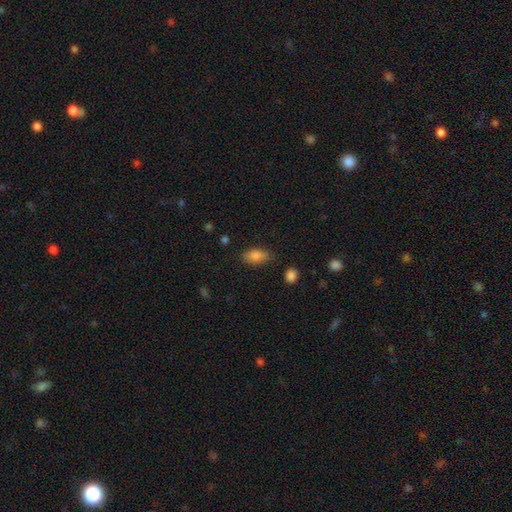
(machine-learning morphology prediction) Smooth or featured?
  - smooth: 84% *
  - star or artifact: 8%
  - featured or disk: 8%
How rounded?
  - in between: 90% *
  - cigar-shaped: 6%
  - round: 4%
Merging?
  - none: 80% *
  - minor disturbance: 15%
  - major disturbance: 3%
  - merger: 2%